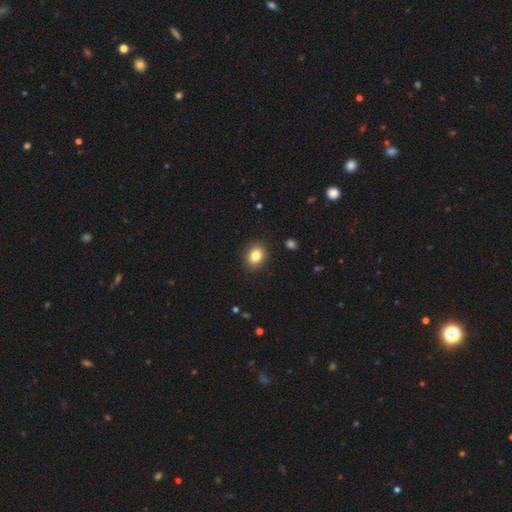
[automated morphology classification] Smooth or featured?
  - smooth: 83% *
  - star or artifact: 10%
  - featured or disk: 7%
How rounded?
  - round: 50% *
  - in between: 49%
  - cigar-shaped: 1%
Merging?
  - none: 89% *
  - minor disturbance: 8%
  - major disturbance: 2%
  - merger: 1%